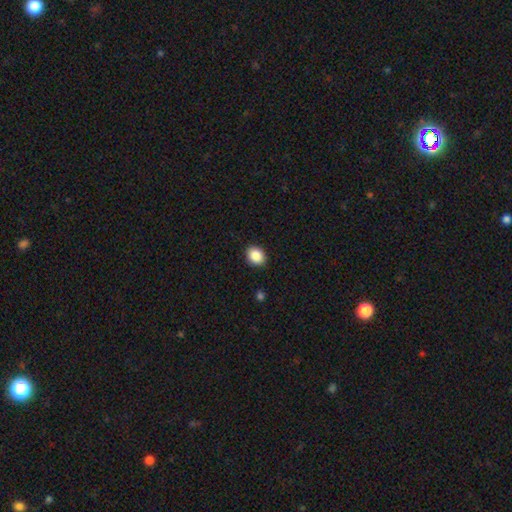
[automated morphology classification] Smooth or featured? smooth (88%)
How rounded? in between (51%)
Merging? none (91%)